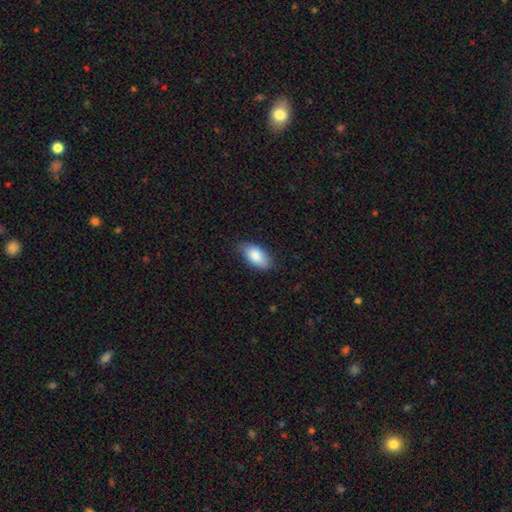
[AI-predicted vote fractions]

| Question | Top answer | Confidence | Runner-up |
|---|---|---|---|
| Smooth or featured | smooth | 85% | featured or disk (8%) |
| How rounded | in between | 93% | cigar-shaped (4%) |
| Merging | none | 75% | minor disturbance (20%) |